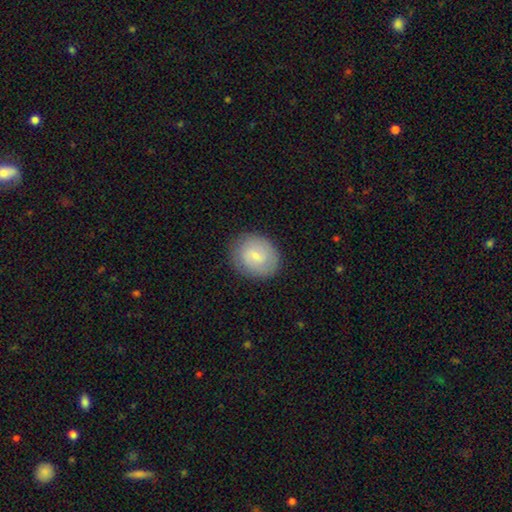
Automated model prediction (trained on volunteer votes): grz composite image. It shows a smooth galaxy with no disk features (64%) that is round (64%). Merging: none (83%).